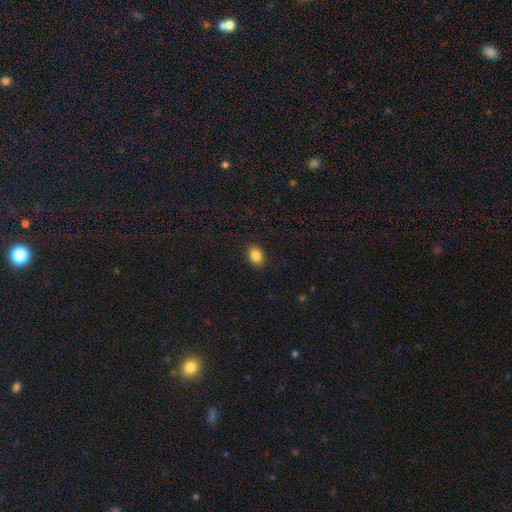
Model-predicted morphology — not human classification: Smooth or featured: smooth — 86% (star or artifact — 9%)
How rounded: in between — 70% (round — 29%)
Merging: none — 90% (minor disturbance — 8%)